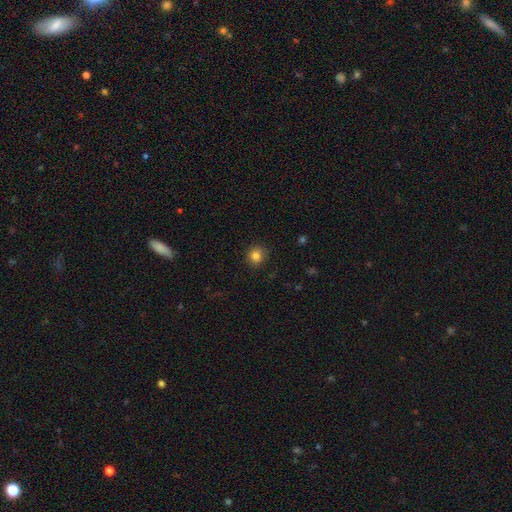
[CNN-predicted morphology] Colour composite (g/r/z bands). It shows a smooth galaxy with no disk features (84%) that is round (86%). Merging: none (86%).